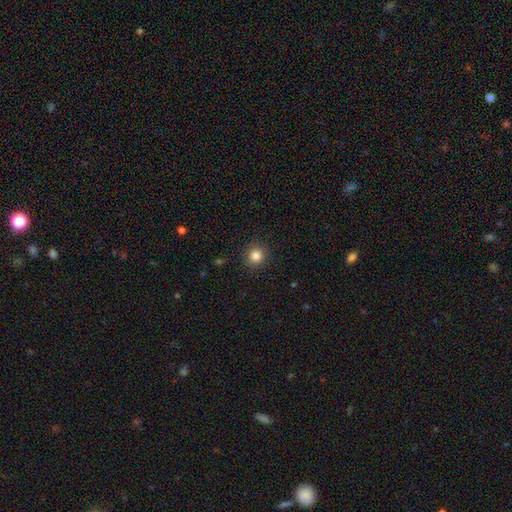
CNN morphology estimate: A smooth galaxy with no disk features (84%) that is round (91%).

Vote fractions:
- Smooth or featured? smooth: 84% / star or artifact: 11% / featured or disk: 5%
- How rounded? round: 91% / in between: 8% / cigar-shaped: 1%
- Merging? none: 90% / minor disturbance: 7% / major disturbance: 2% / merger: 1%